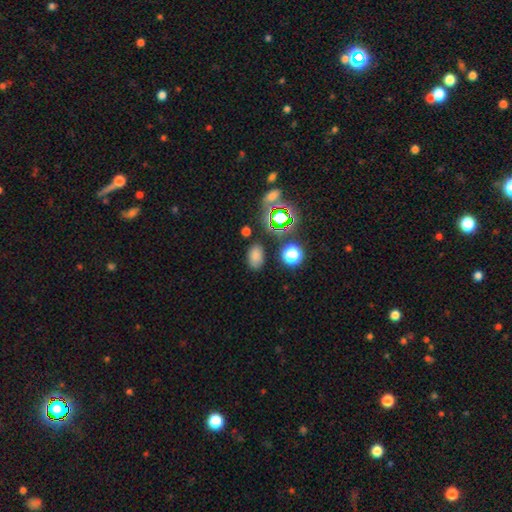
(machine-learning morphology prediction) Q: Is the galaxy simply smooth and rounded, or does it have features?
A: smooth — 73%.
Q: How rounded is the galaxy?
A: in between — 86%.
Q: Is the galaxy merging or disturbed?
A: none — 82%.